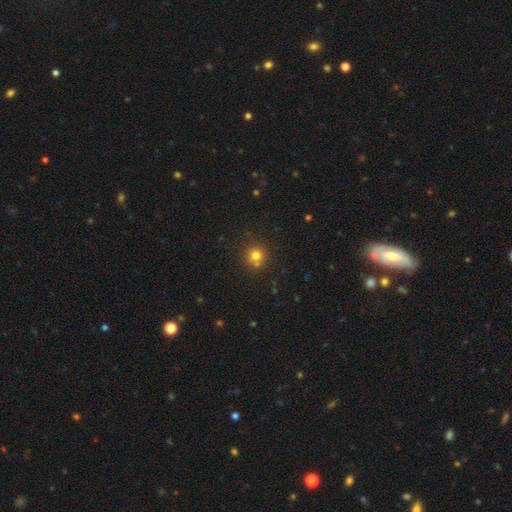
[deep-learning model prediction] Q: Smooth or featured?
A: smooth (76%); runner-up: star or artifact (16%)
Q: How rounded?
A: round (92%); runner-up: in between (8%)
Q: Merging?
A: none (71%); runner-up: merger (16%)